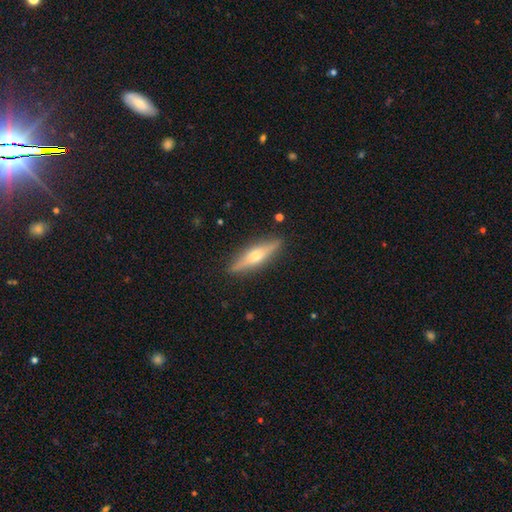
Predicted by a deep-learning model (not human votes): A featured or disk galaxy (62%) viewed edge-on (95%) with a rounded central bulge (93%).

Vote fractions:
- Smooth or featured? featured or disk: 62% / smooth: 32% / star or artifact: 6%
- Edge-on disk? yes: 95% / no: 5%
- Edge-on bulge? rounded: 93% / boxy: 4% / none: 4%
- Merging? none: 89% / minor disturbance: 8% / major disturbance: 2% / merger: 1%